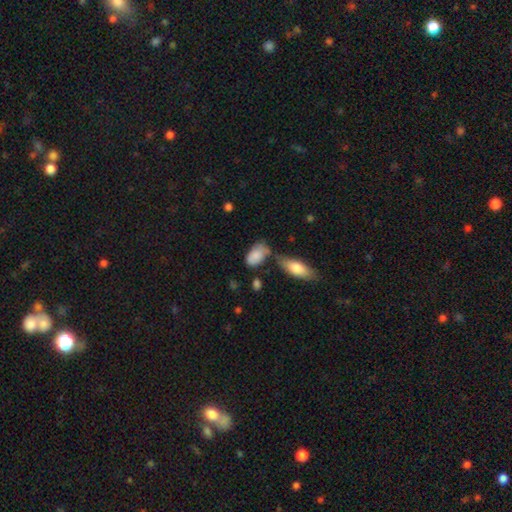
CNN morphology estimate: Smooth or featured? smooth (85%)
How rounded? in between (92%)
Merging? none (45%)